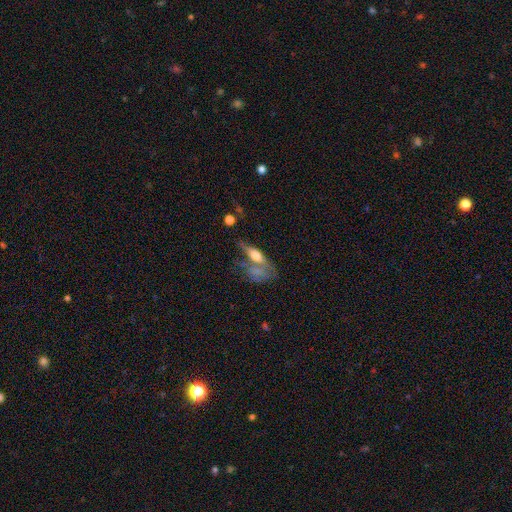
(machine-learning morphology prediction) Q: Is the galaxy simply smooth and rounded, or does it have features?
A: smooth — 49%.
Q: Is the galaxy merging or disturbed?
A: none — 38%.